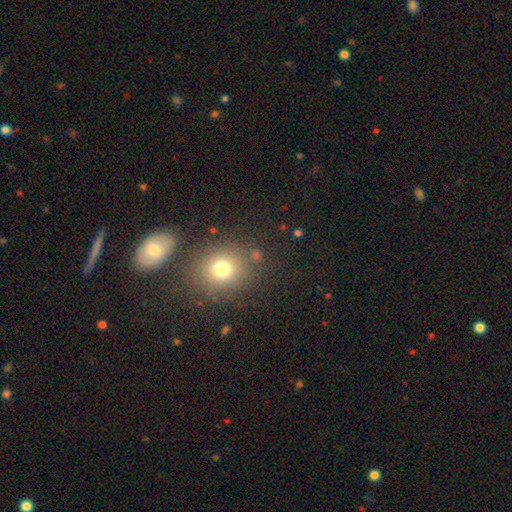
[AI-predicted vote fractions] This appears to be a smooth galaxy with no disk features (70%) that is round (79%). Merging: none (76%).